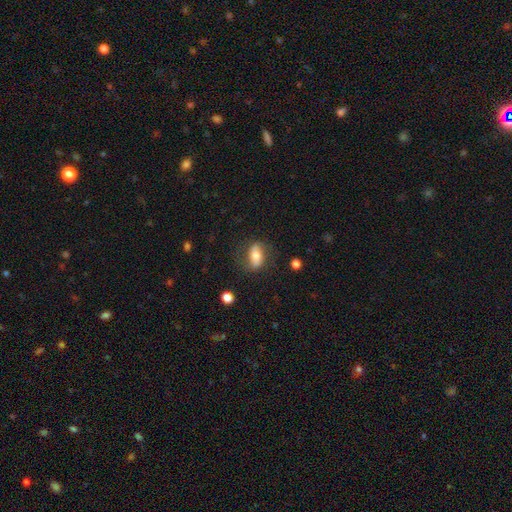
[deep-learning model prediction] Q: Smooth or featured?
A: smooth (62%); runner-up: featured or disk (30%)
Q: How rounded?
A: in between (81%); runner-up: cigar-shaped (10%)
Q: Merging?
A: none (72%); runner-up: minor disturbance (18%)